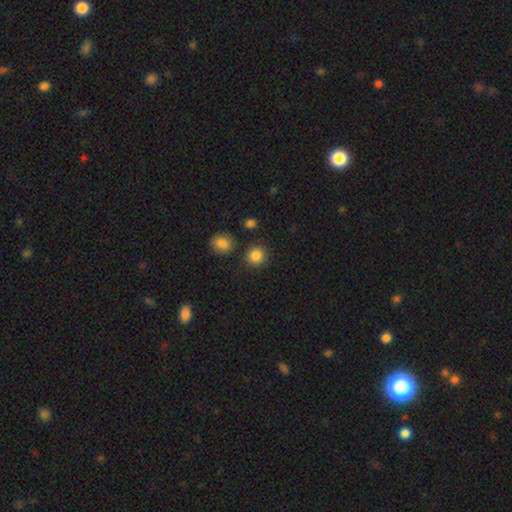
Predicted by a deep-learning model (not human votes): smooth 86%, star or artifact 10%, featured or disk 4%. Down the decision tree: how rounded — round (89%); merging — none (83%).